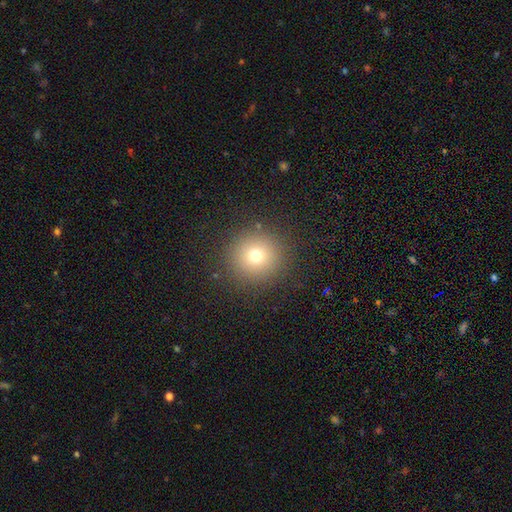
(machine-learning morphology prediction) Smooth or featured? smooth (73%)
How rounded? round (95%)
Merging? none (90%)